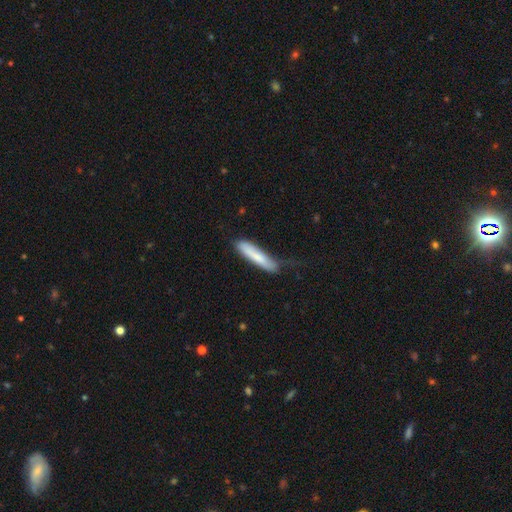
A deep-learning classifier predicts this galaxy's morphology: Smooth or featured?
  - smooth: 75% *
  - featured or disk: 20%
  - star or artifact: 5%
How rounded?
  - cigar-shaped: 85% *
  - in between: 13%
  - round: 1%
Merging?
  - none: 53% *
  - minor disturbance: 33%
  - major disturbance: 12%
  - merger: 3%